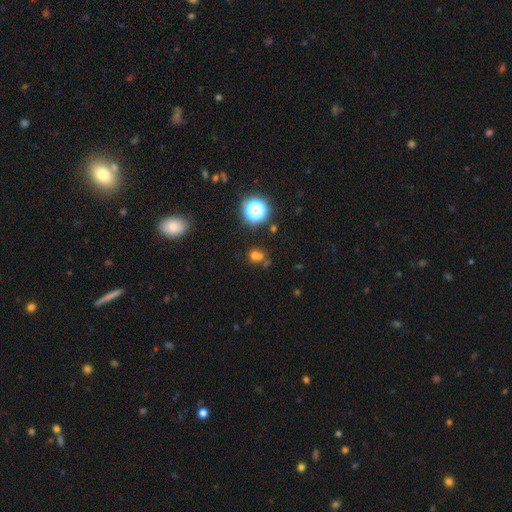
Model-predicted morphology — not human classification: This appears to be a smooth galaxy with no disk features (62%) that is round (76%). Merging: none (51%).